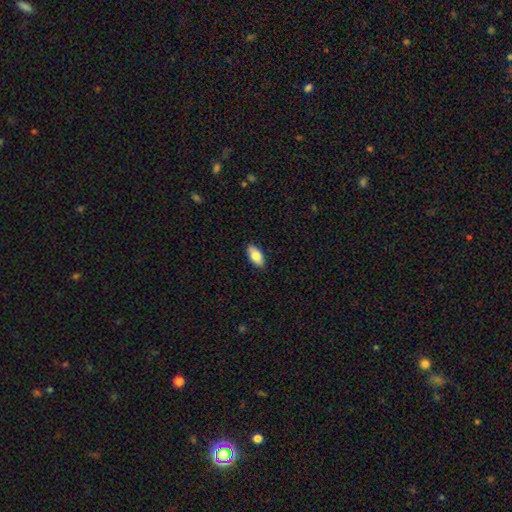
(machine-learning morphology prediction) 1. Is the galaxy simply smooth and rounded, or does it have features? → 82% smooth, 12% featured or disk, 6% star or artifact.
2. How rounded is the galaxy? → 91% in between, 7% cigar-shaped, 3% round.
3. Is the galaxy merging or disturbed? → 89% none, 8% minor disturbance, 2% major disturbance, 1% merger.